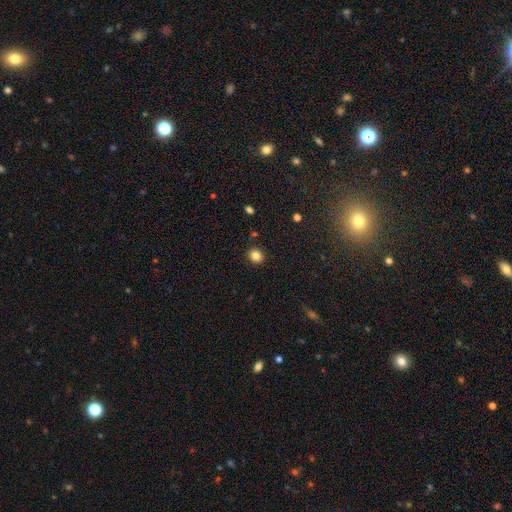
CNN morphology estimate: The model was most divided on "how rounded": round: 82%, in between: 17%, cigar-shaped: 1%. More confident: merging — none (90%); smooth or featured — smooth (84%).